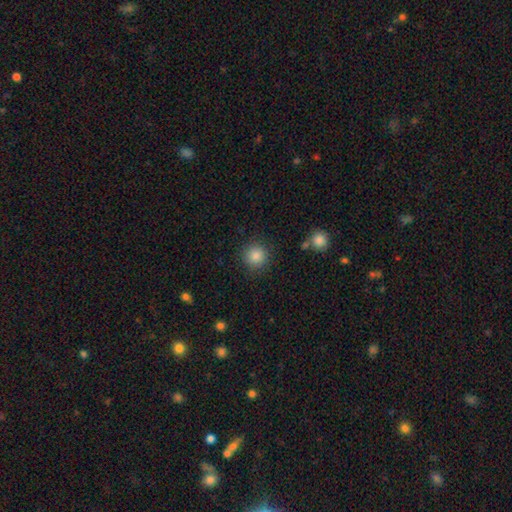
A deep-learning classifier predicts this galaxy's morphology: Overall: smooth (85%). How rounded: round (94%). Merging: none (88%).